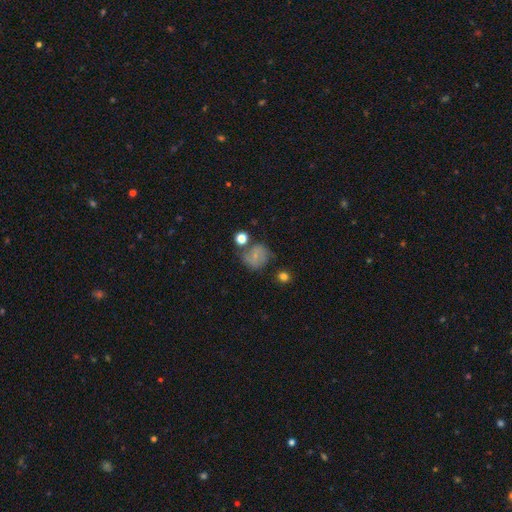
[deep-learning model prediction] smooth-or-featured: smooth: 60% | featured or disk: 28% | star or artifact: 12%
  how-rounded: round: 80% | in between: 19% | cigar-shaped: 1%
  merging: none: 63% | minor disturbance: 20% | merger: 9% | major disturbance: 8%